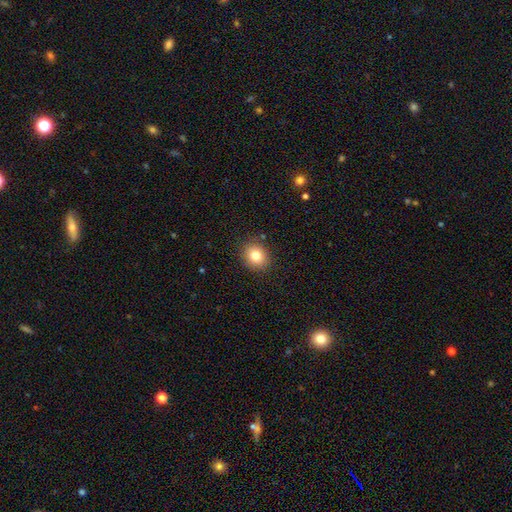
Morphology: type=smooth (84%); roundness=round (75%); merging=none (80%).